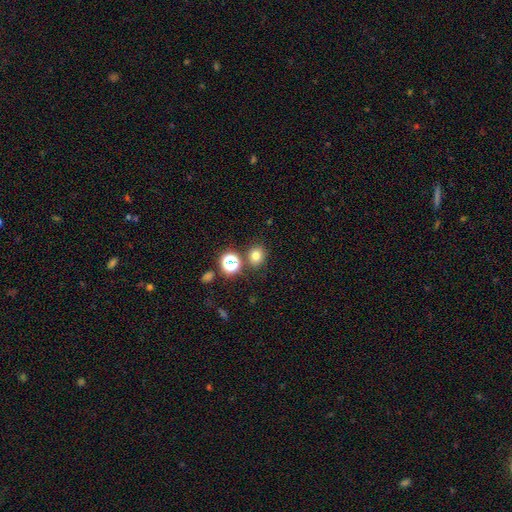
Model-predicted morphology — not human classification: Smooth or featured? Predicted: smooth (p=0.74). How rounded? Predicted: round (p=0.74). Merging? Predicted: none (p=0.79).